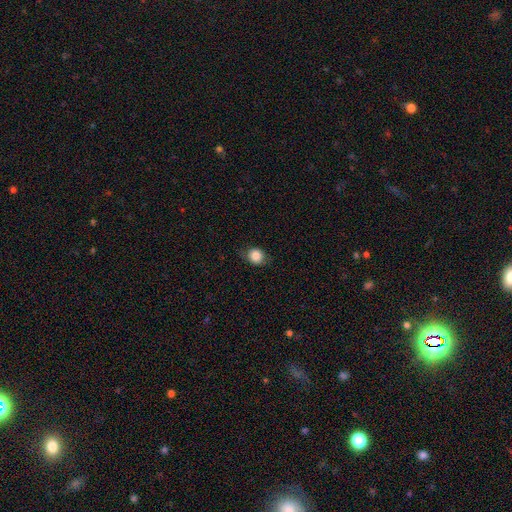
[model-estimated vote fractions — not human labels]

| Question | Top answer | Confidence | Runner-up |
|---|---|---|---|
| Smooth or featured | smooth | 84% | star or artifact (10%) |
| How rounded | round | 72% | in between (27%) |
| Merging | none | 75% | minor disturbance (19%) |